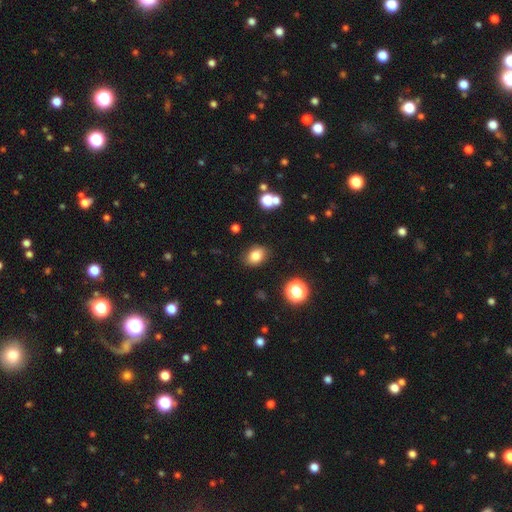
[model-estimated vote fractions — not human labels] Overall: smooth (81%). How rounded: in between (65%; round 34%). Merging: none (85%).